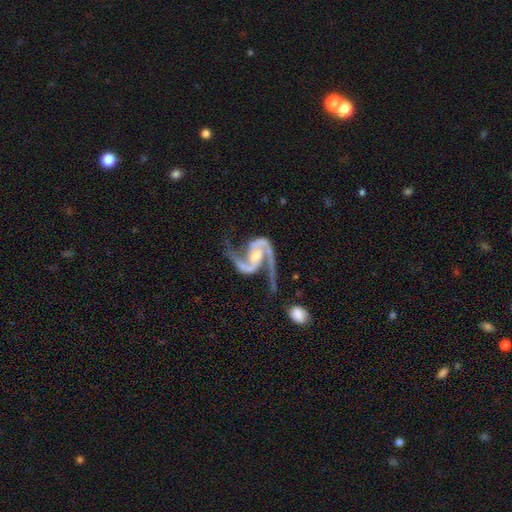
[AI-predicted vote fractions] Smooth or featured? featured or disk (94%)
Edge-on disk? no (98%)
Bar? no (42%)
Spiral arms? yes (98%)
Spiral winding? medium (56%)
Spiral arm count? 2 (93%)
Bulge size? moderate (53%)
Merging? none (56%)